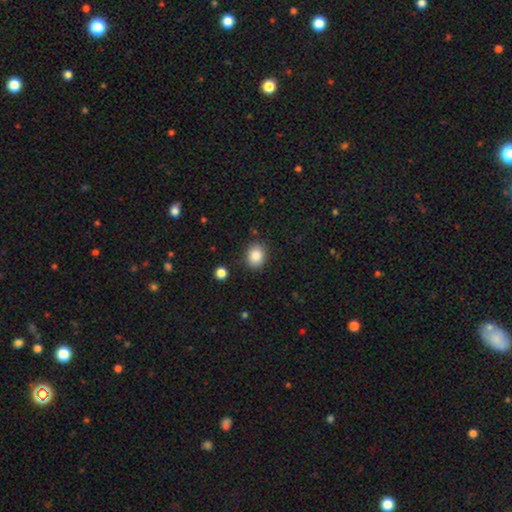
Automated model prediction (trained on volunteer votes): smooth_or_featured: smooth (p=0.86) [alt: star or artifact p=0.09]
how_rounded: round (p=0.56) [alt: in between p=0.44]
merging: none (p=0.85) [alt: minor disturbance p=0.10]